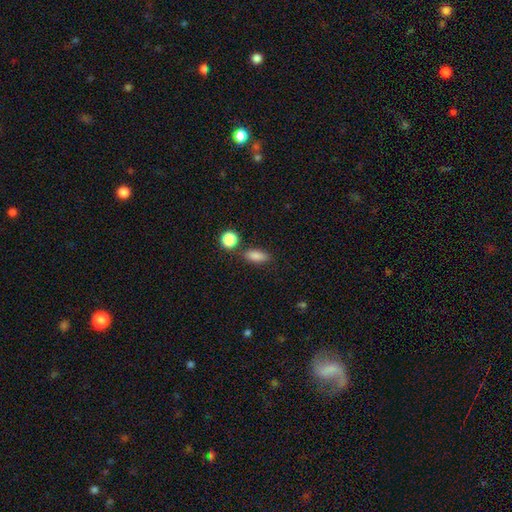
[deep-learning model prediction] Overall: smooth (83%). How rounded: in between (75%). Merging: none (78%).